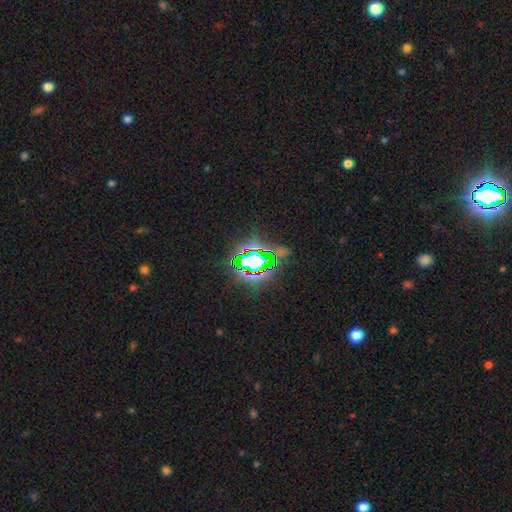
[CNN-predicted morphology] Smooth or featured? Predicted: star or artifact (p=0.78).